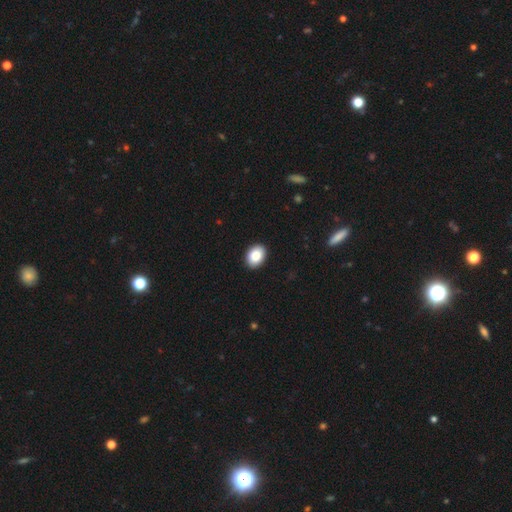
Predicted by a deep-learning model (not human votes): A smooth galaxy with no disk features (86%) that is in between round and cigar-shaped (76%).

Vote fractions:
- Smooth or featured? smooth: 86% / star or artifact: 7% / featured or disk: 6%
- How rounded? in between: 76% / round: 23% / cigar-shaped: 1%
- Merging? none: 91% / minor disturbance: 7% / major disturbance: 2% / merger: 1%